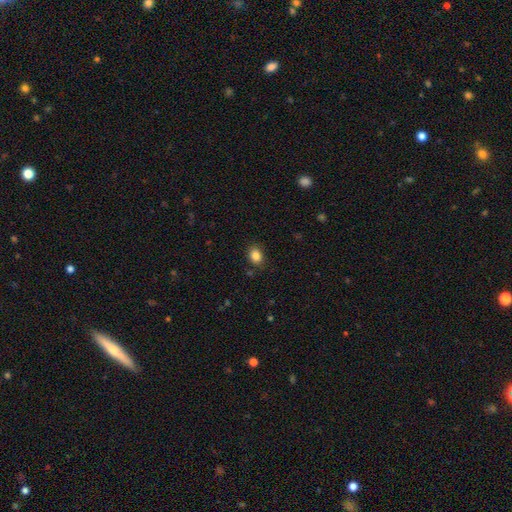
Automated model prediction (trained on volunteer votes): Overall: smooth (86%). How rounded: in between (65%; round 33%). Merging: none (86%).